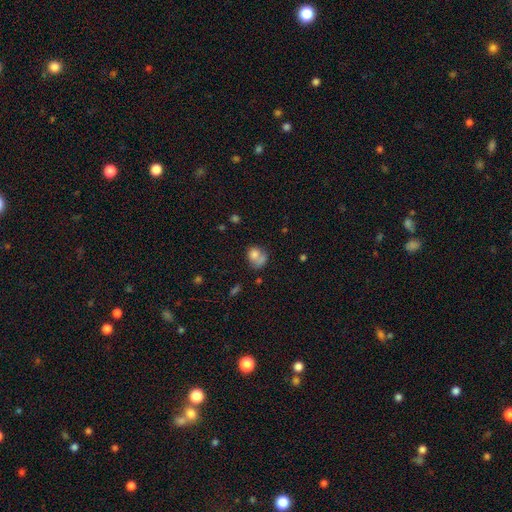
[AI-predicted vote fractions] The model was most divided on "merging": none: 34%, merger: 33%, minor disturbance: 17%, major disturbance: 16%. More confident: smooth or featured — smooth (73%); how rounded — round (56%).